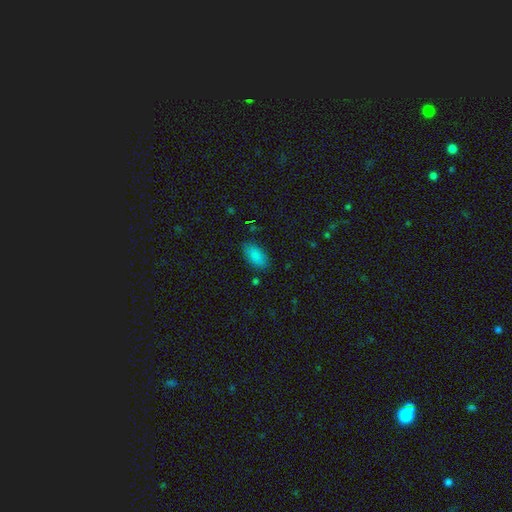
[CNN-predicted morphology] type=smooth (87%); roundness=in between (92%); merging=none (84%).